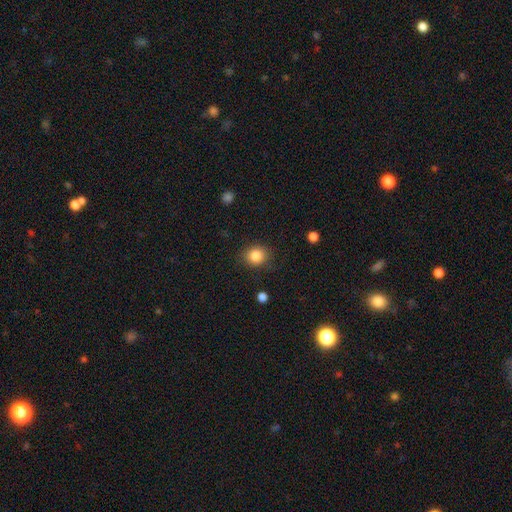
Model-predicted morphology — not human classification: smooth 85%, star or artifact 10%, featured or disk 5%. Down the decision tree: how rounded — round (78%); merging — none (87%).